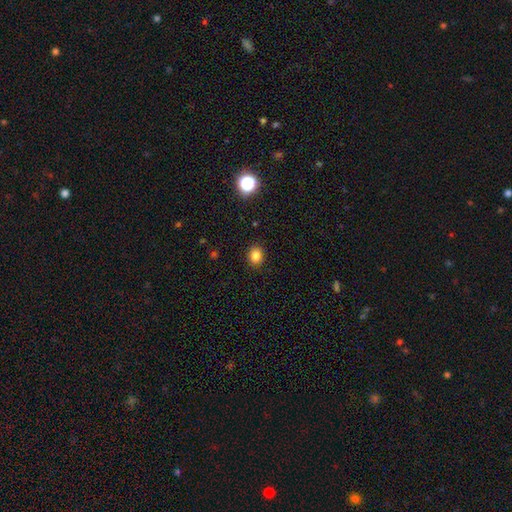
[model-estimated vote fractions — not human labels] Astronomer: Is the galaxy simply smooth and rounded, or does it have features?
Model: smooth — 83%.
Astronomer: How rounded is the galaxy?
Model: round — 57% (runner-up: in between, 42%).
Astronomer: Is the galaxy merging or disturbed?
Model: none — 89%.